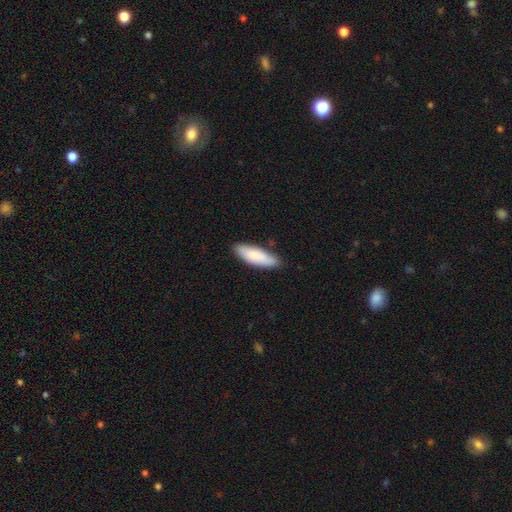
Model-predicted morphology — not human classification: Smooth or featured: smooth — 83% (featured or disk — 12%)
How rounded: in between — 54% (cigar-shaped — 44%)
Merging: none — 81% (minor disturbance — 15%)